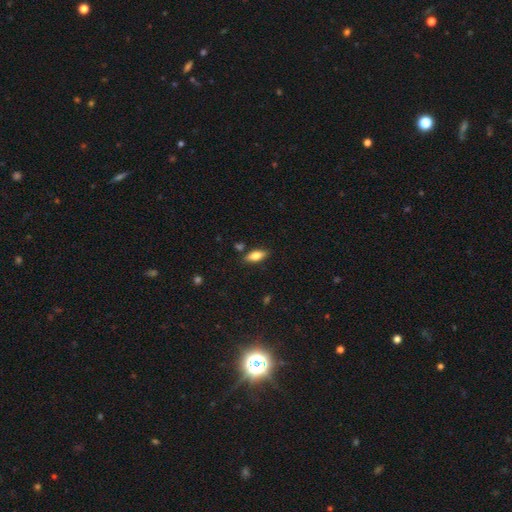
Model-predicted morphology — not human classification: Smooth or featured: smooth — 74% (featured or disk — 18%)
How rounded: in between — 81% (cigar-shaped — 17%)
Merging: none — 82% (minor disturbance — 12%)